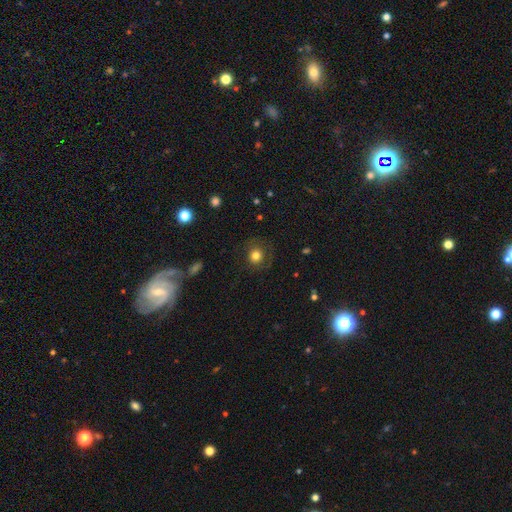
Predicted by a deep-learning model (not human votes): Smooth or featured?
  - smooth: 75% *
  - featured or disk: 13%
  - star or artifact: 11%
How rounded?
  - round: 87% *
  - in between: 12%
  - cigar-shaped: 1%
Merging?
  - none: 76% *
  - minor disturbance: 14%
  - major disturbance: 9%
  - merger: 1%